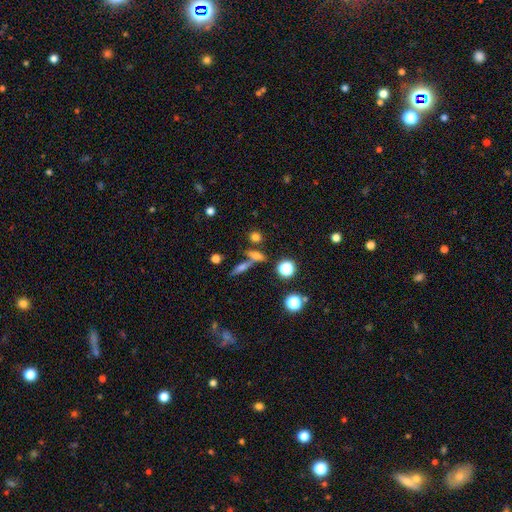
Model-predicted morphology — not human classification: type=smooth (64%); roundness=in between (41%); merging=none (59%).